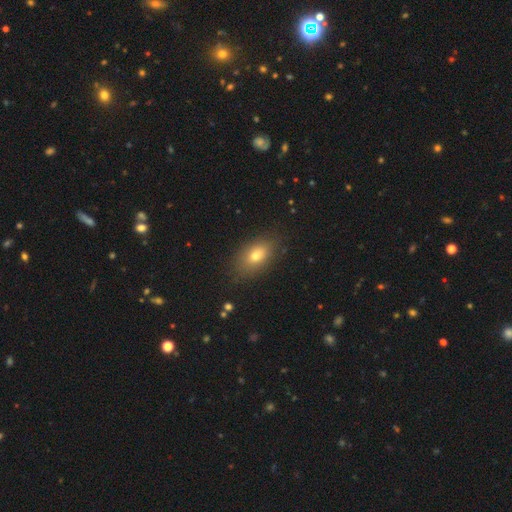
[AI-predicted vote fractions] Smooth or featured?
  - smooth: 75% *
  - featured or disk: 14%
  - star or artifact: 11%
How rounded?
  - in between: 85% *
  - round: 12%
  - cigar-shaped: 3%
Merging?
  - none: 84% *
  - minor disturbance: 11%
  - major disturbance: 3%
  - merger: 1%